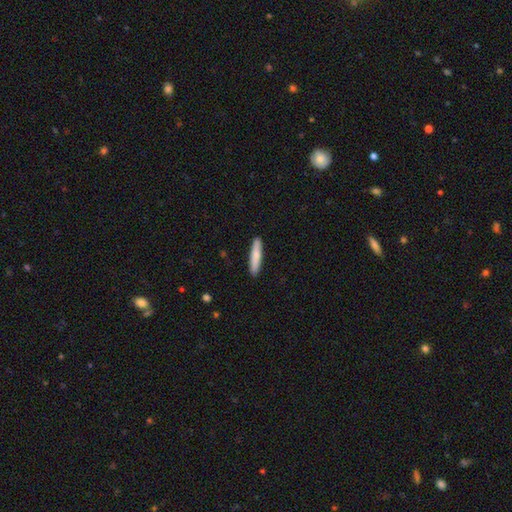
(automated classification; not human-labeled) Q: Smooth or featured?
A: smooth (79%); runner-up: featured or disk (16%)
Q: How rounded?
A: cigar-shaped (89%); runner-up: in between (10%)
Q: Merging?
A: none (91%); runner-up: minor disturbance (6%)